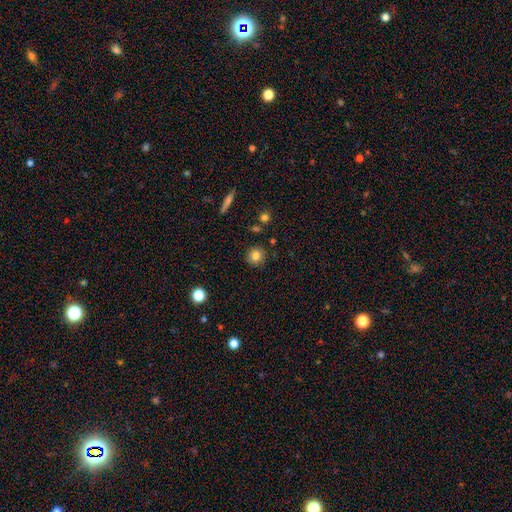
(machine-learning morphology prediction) The model was most divided on "smooth or featured": smooth: 81%, star or artifact: 10%, featured or disk: 8%. More confident: how rounded — round (92%); merging — none (89%).